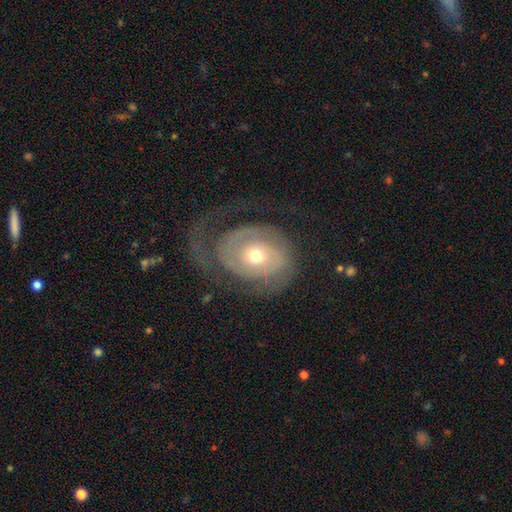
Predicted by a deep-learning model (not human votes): This appears to be a featured or disk galaxy (79%) with no bar (75%), 2 (39%) tight (55%) spiral arms (88%) and a moderate central bulge (53%). Merging: none (49%).